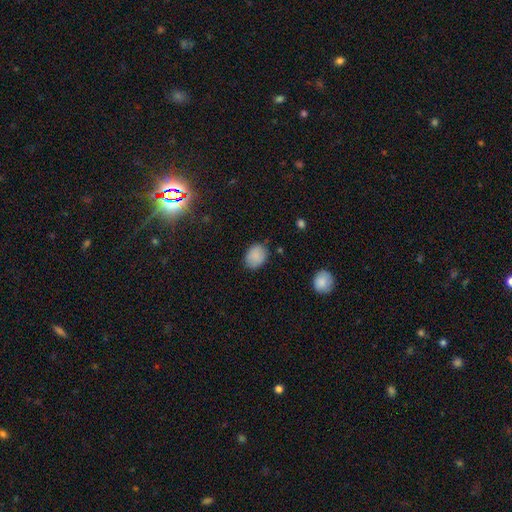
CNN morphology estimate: Smooth or featured? Predicted: smooth (p=0.87). How rounded? Predicted: in between (p=0.58). Merging? Predicted: none (p=0.77).